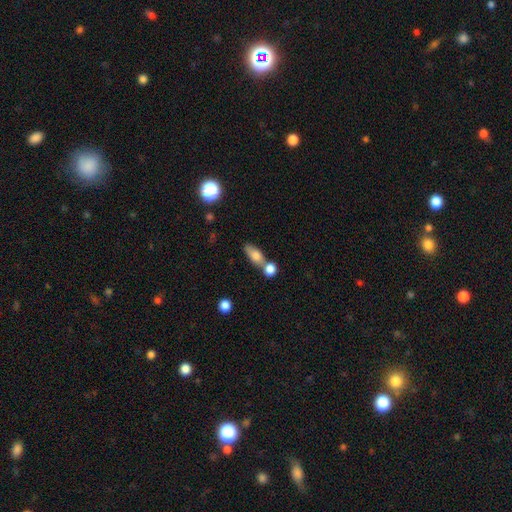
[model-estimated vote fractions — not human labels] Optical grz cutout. It shows a smooth galaxy with no disk features (75%) that is in between round and cigar-shaped (67%). Merging: none (42%).